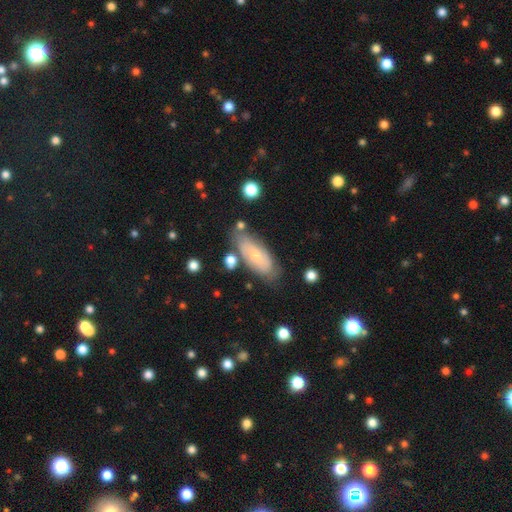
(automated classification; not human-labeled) Q: Smooth or featured?
A: smooth (59%); runner-up: featured or disk (34%)
Q: How rounded?
A: in between (79%); runner-up: cigar-shaped (19%)
Q: Merging?
A: none (69%); runner-up: minor disturbance (20%)